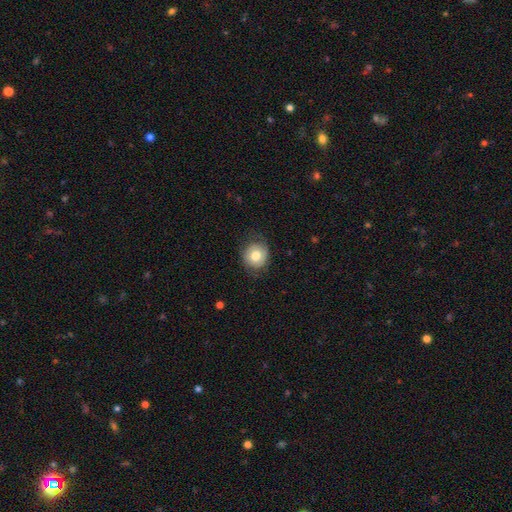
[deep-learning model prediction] Smooth or featured? Predicted: smooth (p=0.71). How rounded? Predicted: round (p=0.81). Merging? Predicted: none (p=0.74).